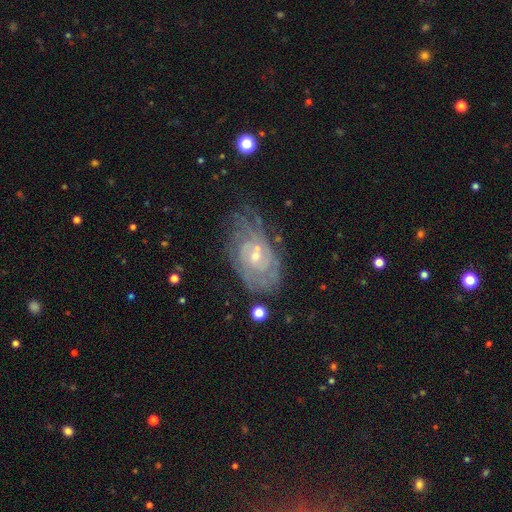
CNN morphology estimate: Smooth or featured?
  - featured or disk: 82% *
  - smooth: 10%
  - star or artifact: 8%
Edge-on disk?
  - no: 95% *
  - yes: 5%
Bar?
  - no: 58% *
  - weak: 35%
  - strong: 7%
Spiral arms?
  - yes: 92% *
  - no: 8%
Spiral winding?
  - tight: 69% *
  - medium: 25%
  - loose: 6%
Spiral arm count?
  - can't tell: 46% *
  - 2: 21%
  - 3: 13%
  - 4: 10%
  - more than 4: 6%
  - 1: 5%
Bulge size?
  - small: 65% *
  - moderate: 31%
  - none: 2%
  - large: 1%
  - dominant: 1%
Merging?
  - none: 58% *
  - minor disturbance: 25%
  - major disturbance: 14%
  - merger: 3%